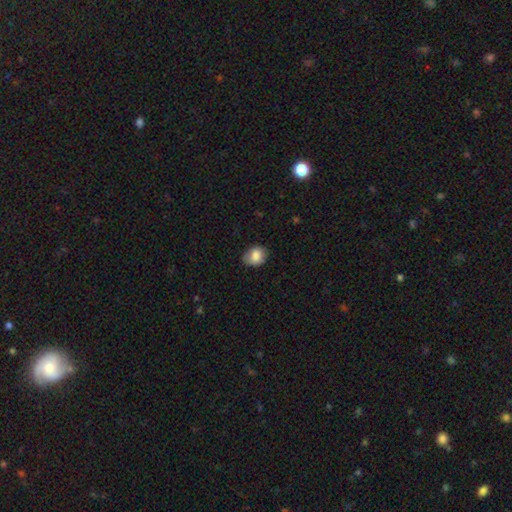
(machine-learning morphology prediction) A smooth galaxy with no disk features (83%) that is in between round and cigar-shaped (56%).

Vote fractions:
- Smooth or featured? smooth: 83% / featured or disk: 9% / star or artifact: 8%
- How rounded? in between: 56% / round: 43% / cigar-shaped: 1%
- Merging? none: 75% / minor disturbance: 20% / major disturbance: 4% / merger: 1%